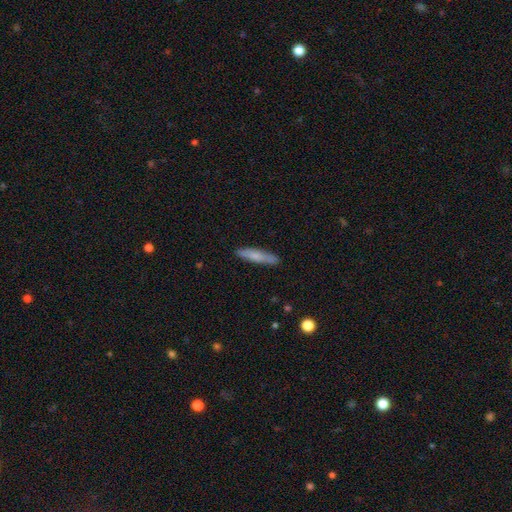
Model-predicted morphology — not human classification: Smooth or featured: smooth — 72% (featured or disk — 23%)
How rounded: cigar-shaped — 87% (in between — 11%)
Merging: none — 87% (minor disturbance — 10%)